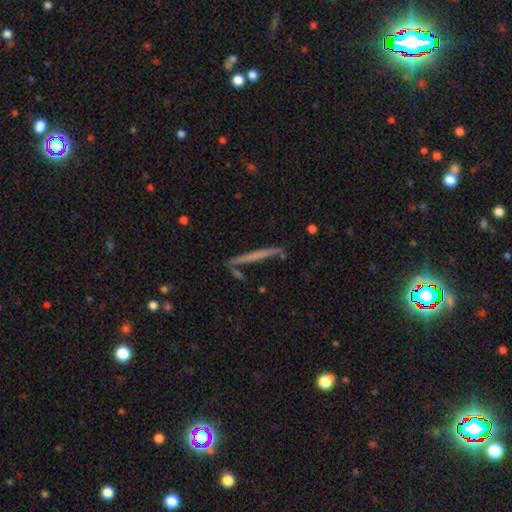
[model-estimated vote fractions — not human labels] Overall: featured or disk (48%; smooth 46%). Merging: none (85%).